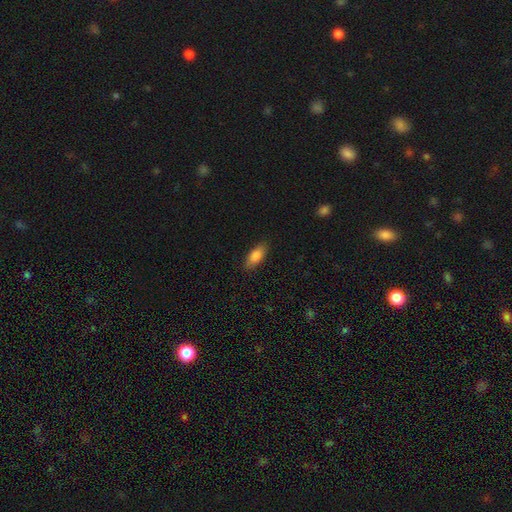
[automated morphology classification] A smooth galaxy with no disk features (83%) that is in between round and cigar-shaped (80%).

Vote fractions:
- Smooth or featured? smooth: 83% / featured or disk: 10% / star or artifact: 7%
- How rounded? in between: 80% / cigar-shaped: 18% / round: 2%
- Merging? none: 87% / minor disturbance: 10% / major disturbance: 2% / merger: 1%